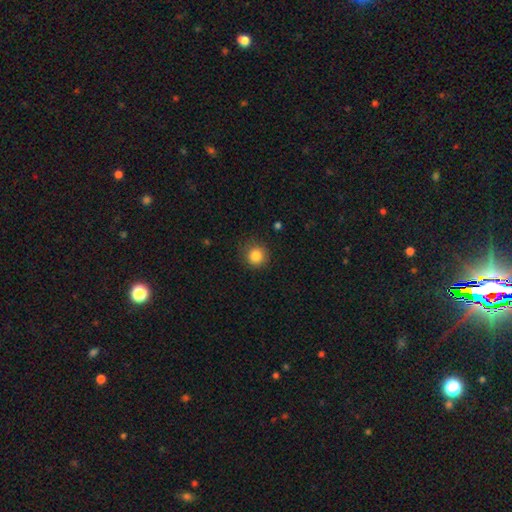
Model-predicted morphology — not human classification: The model was most divided on "merging": none: 84%, minor disturbance: 11%, major disturbance: 3%, merger: 1%. More confident: how rounded — round (92%); smooth or featured — smooth (85%).